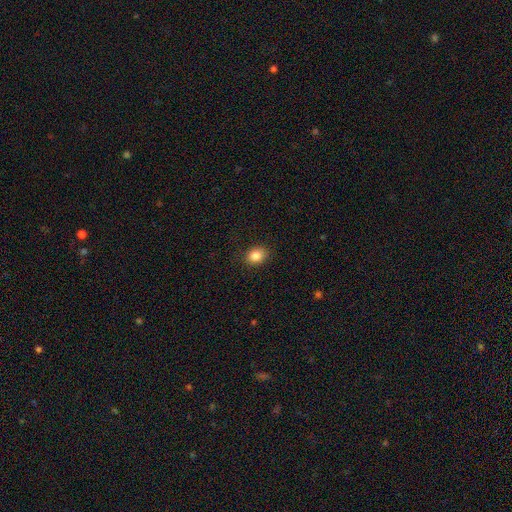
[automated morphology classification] smooth-or-featured: smooth: 86% | star or artifact: 9% | featured or disk: 5%
  how-rounded: in between: 58% | round: 41% | cigar-shaped: 1%
  merging: none: 88% | minor disturbance: 9% | major disturbance: 3% | merger: 1%